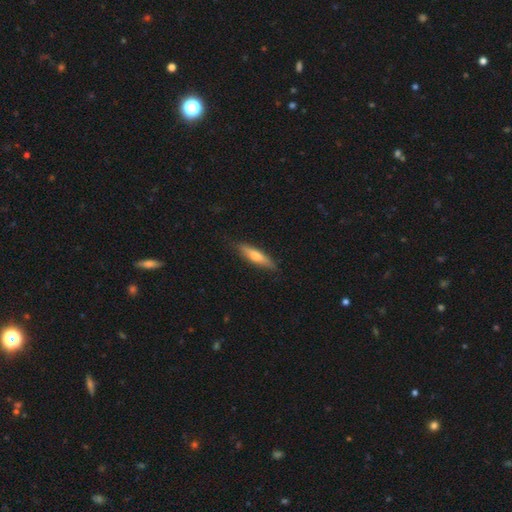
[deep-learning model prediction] Smooth or featured? Predicted: smooth (p=0.55). How rounded? Predicted: cigar-shaped (p=0.79). Merging? Predicted: none (p=0.85).